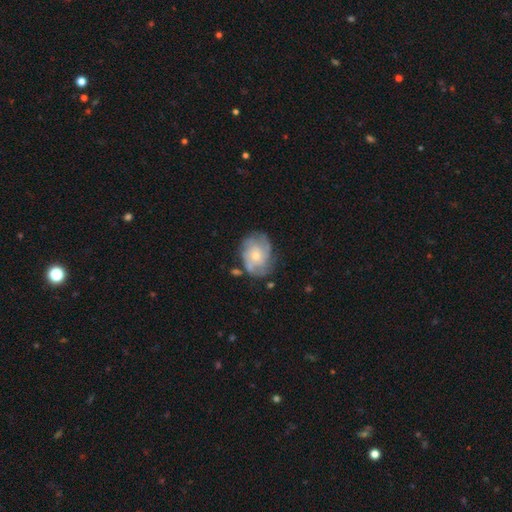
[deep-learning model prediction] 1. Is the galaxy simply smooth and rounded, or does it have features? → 64% featured or disk, 29% smooth, 7% star or artifact.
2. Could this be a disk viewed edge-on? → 97% no, 3% yes.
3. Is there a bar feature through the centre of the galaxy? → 79% no, 19% weak, 3% strong.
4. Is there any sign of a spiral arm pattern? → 80% yes, 20% no.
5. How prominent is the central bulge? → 56% small, 39% moderate, 2% large, 2% none, 1% dominant.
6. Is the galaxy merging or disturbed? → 62% none, 23% minor disturbance, 10% major disturbance, 5% merger.